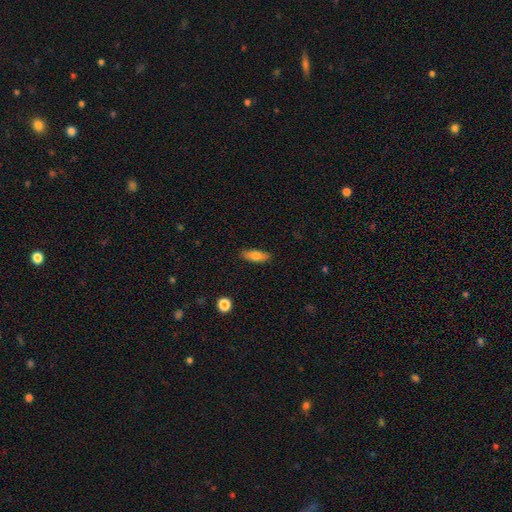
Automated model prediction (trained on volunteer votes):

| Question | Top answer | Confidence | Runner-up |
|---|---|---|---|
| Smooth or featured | smooth | 75% | featured or disk (18%) |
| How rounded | in between | 64% | cigar-shaped (33%) |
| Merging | none | 87% | minor disturbance (10%) |